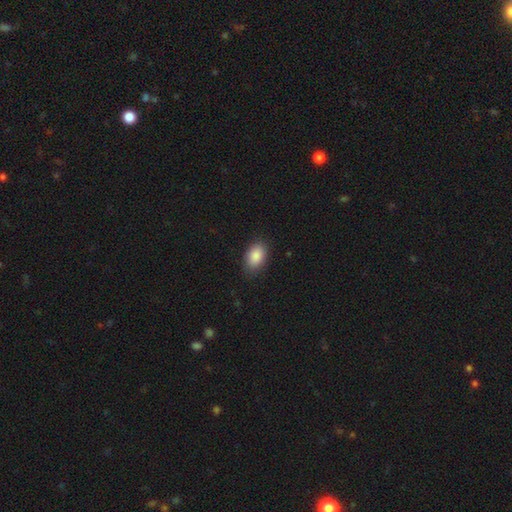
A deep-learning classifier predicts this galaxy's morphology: Smooth or featured? smooth (88%)
How rounded? in between (89%)
Merging? none (84%)